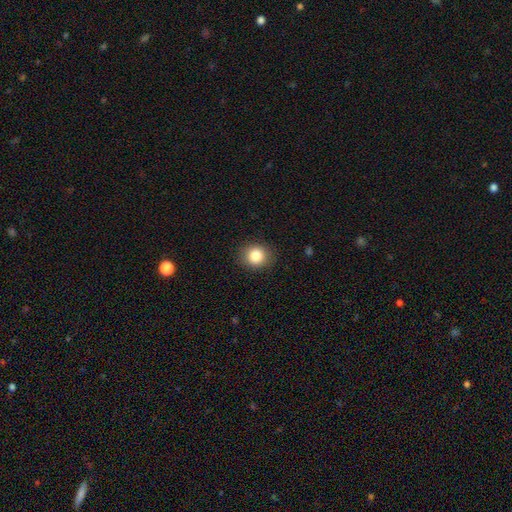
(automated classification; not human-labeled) This is clearly a smooth galaxy (84%). How rounded: clearly round (80%). Merging: clearly none (89%).